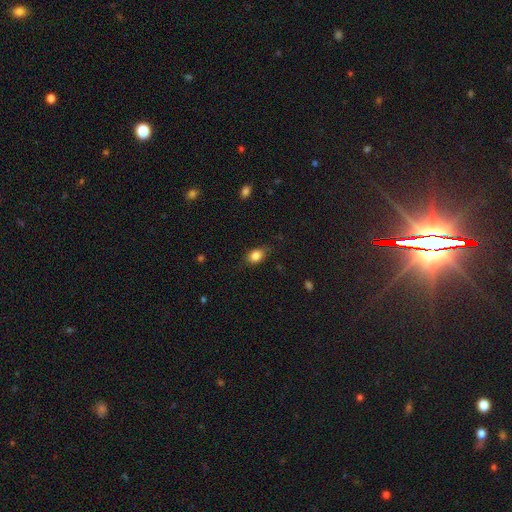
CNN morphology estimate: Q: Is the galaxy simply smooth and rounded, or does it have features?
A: smooth — 84%.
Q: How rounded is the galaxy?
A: in between — 73%.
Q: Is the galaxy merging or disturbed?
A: none — 77%.